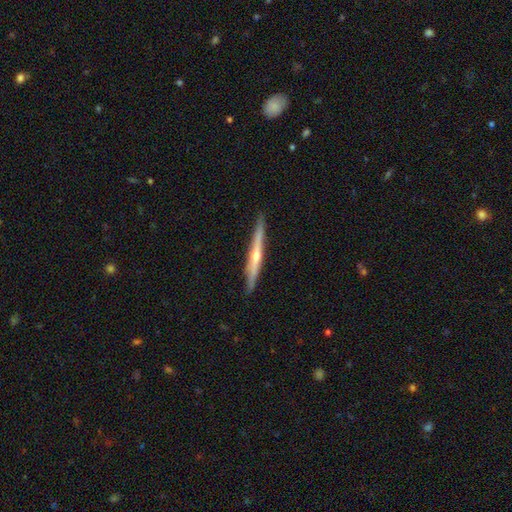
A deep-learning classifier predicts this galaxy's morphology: Smooth or featured?
  - featured or disk: 70% *
  - smooth: 24%
  - star or artifact: 6%
Edge-on disk?
  - yes: 97% *
  - no: 3%
Edge-on bulge?
  - rounded: 76% *
  - none: 20%
  - boxy: 4%
Merging?
  - none: 90% *
  - minor disturbance: 8%
  - major disturbance: 1%
  - merger: 1%